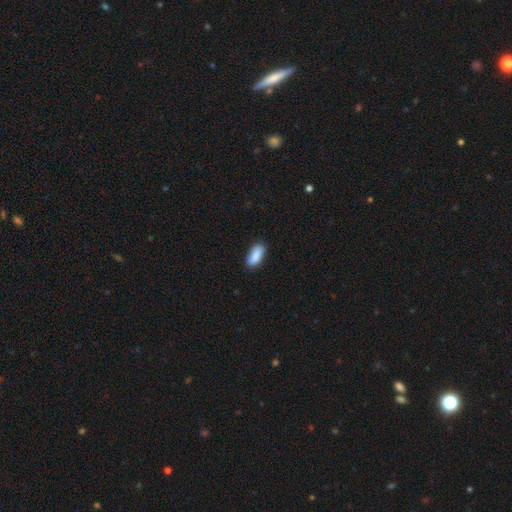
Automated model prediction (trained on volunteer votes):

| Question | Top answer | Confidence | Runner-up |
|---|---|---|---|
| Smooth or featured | smooth | 87% | featured or disk (7%) |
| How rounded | in between | 86% | cigar-shaped (12%) |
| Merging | none | 79% | minor disturbance (17%) |